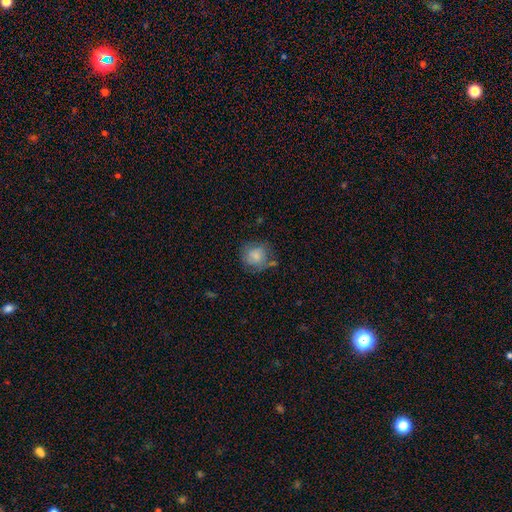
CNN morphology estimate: Q: Smooth or featured?
A: smooth (75%); runner-up: featured or disk (16%)
Q: How rounded?
A: round (82%); runner-up: in between (17%)
Q: Merging?
A: none (62%); runner-up: minor disturbance (23%)